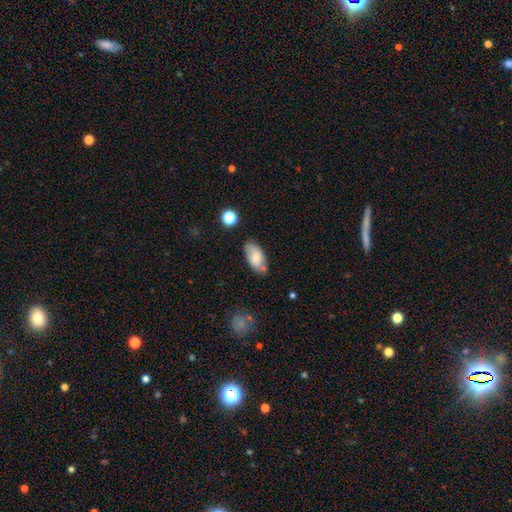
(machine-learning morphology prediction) Smooth or featured?
  - smooth: 75% *
  - featured or disk: 17%
  - star or artifact: 8%
How rounded?
  - in between: 92% *
  - cigar-shaped: 5%
  - round: 3%
Merging?
  - none: 71% *
  - minor disturbance: 19%
  - merger: 6%
  - major disturbance: 4%